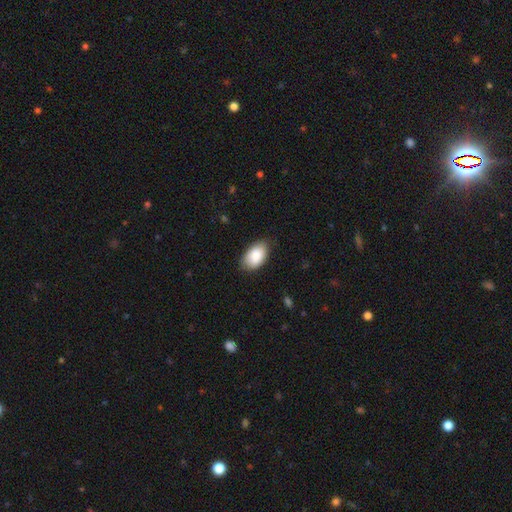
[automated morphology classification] smooth 87%, featured or disk 7%, star or artifact 6%. Down the decision tree: how rounded — in between (94%); merging — none (78%).